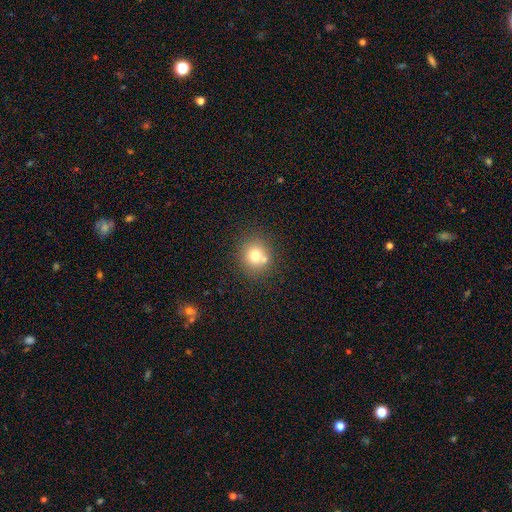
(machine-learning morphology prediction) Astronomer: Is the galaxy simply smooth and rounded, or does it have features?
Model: smooth — 72%.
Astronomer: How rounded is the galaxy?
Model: round — 86%.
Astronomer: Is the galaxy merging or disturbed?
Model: none — 66%.